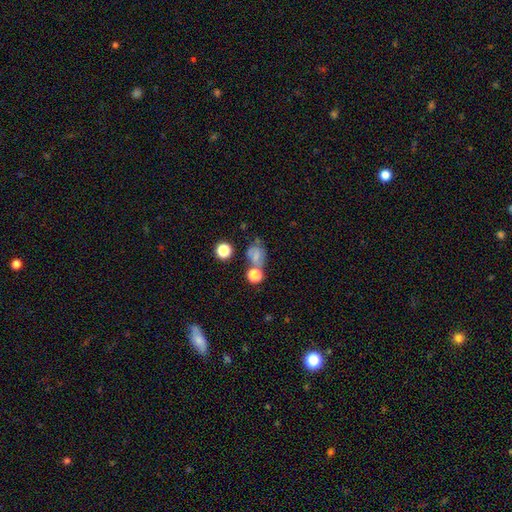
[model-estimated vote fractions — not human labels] Smooth or featured?
  - smooth: 60% *
  - featured or disk: 22%
  - star or artifact: 18%
How rounded?
  - round: 50% *
  - in between: 49%
  - cigar-shaped: 1%
Merging?
  - none: 42% *
  - merger: 28%
  - minor disturbance: 18%
  - major disturbance: 12%